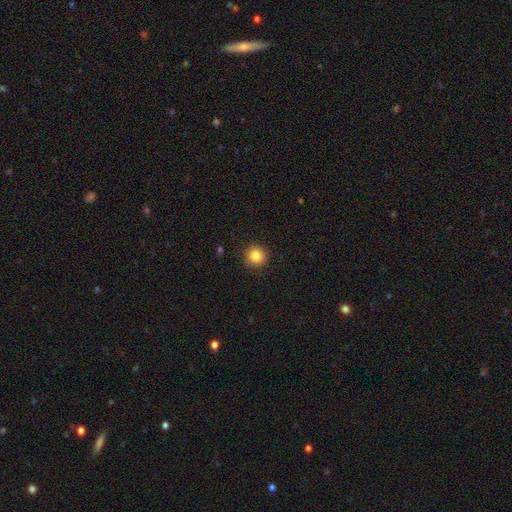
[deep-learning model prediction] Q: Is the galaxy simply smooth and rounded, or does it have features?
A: smooth — 84%.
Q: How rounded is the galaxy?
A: round — 94%.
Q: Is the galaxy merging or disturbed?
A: none — 92%.